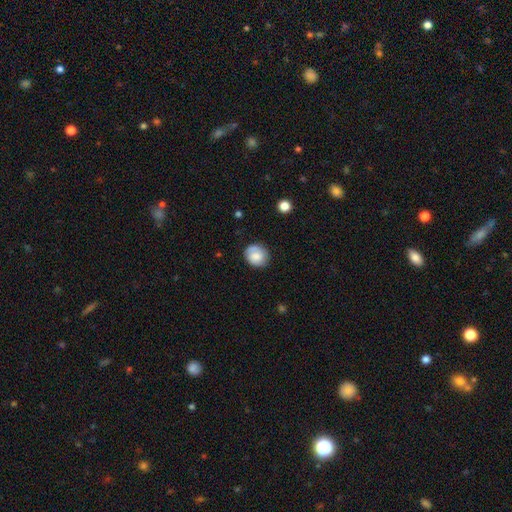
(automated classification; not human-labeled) This is likely a smooth galaxy (72%). How rounded: likely round (74%). Merging: likely none (75%).